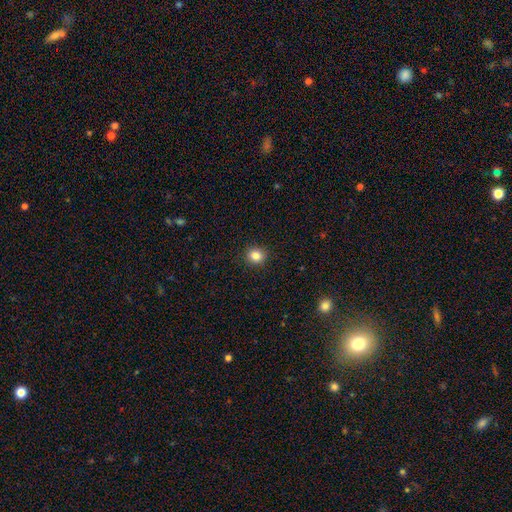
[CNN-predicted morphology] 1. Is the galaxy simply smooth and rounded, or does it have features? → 84% smooth, 11% star or artifact, 5% featured or disk.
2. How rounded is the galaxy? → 86% round, 13% in between, 1% cigar-shaped.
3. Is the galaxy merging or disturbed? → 92% none, 5% minor disturbance, 2% major disturbance, 1% merger.